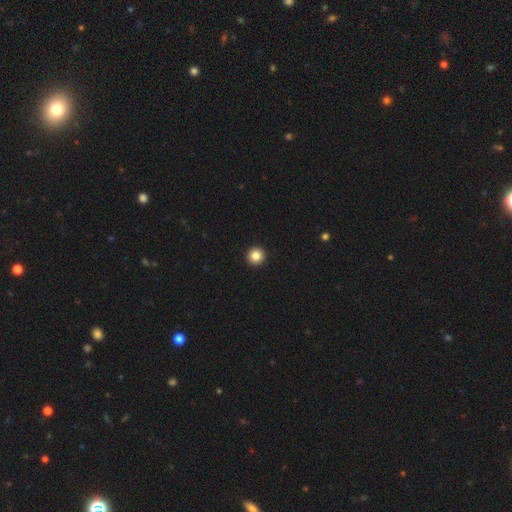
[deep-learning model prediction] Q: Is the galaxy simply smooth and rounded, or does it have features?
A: smooth — 85%.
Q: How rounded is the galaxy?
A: round — 97%.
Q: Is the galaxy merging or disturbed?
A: none — 95%.